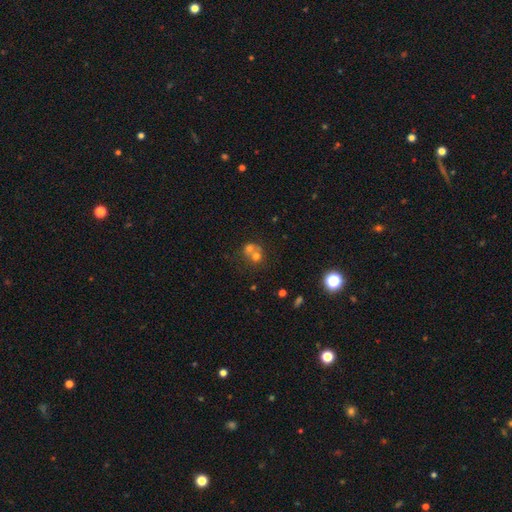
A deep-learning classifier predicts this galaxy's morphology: This appears to be a smooth galaxy with no disk features (60%) that is round (76%). Merging: merger (60%).